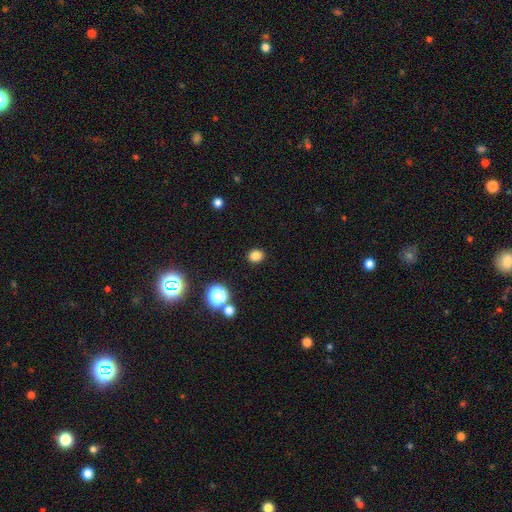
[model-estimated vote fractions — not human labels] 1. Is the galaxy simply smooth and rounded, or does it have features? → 81% smooth, 14% star or artifact, 4% featured or disk.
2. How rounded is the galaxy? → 64% round, 35% in between, 1% cigar-shaped.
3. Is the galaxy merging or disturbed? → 90% none, 6% minor disturbance, 2% major disturbance, 2% merger.